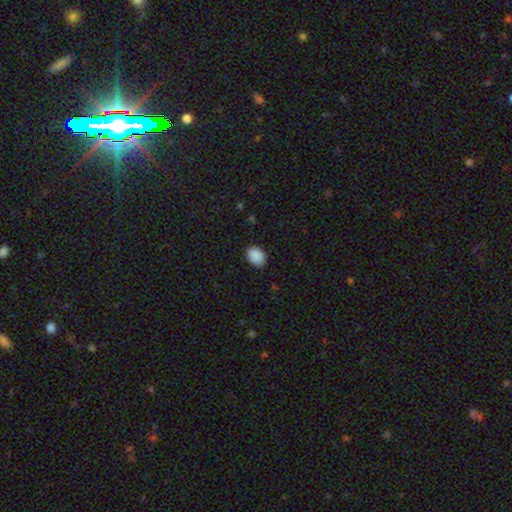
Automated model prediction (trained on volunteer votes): Smooth or featured? Predicted: smooth (p=0.90). How rounded? Predicted: in between (p=0.82). Merging? Predicted: none (p=0.85).